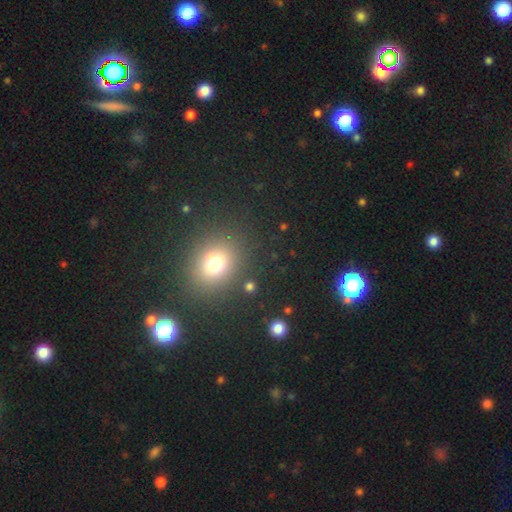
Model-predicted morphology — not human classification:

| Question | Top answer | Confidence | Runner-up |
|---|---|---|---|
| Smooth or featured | smooth | 61% | star or artifact (32%) |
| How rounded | round | 69% | in between (30%) |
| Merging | none | 89% | minor disturbance (6%) |